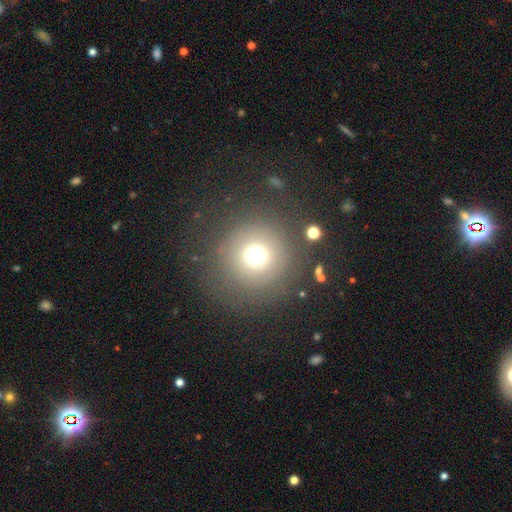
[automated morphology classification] type=smooth (70%); roundness=round (96%); merging=none (82%).